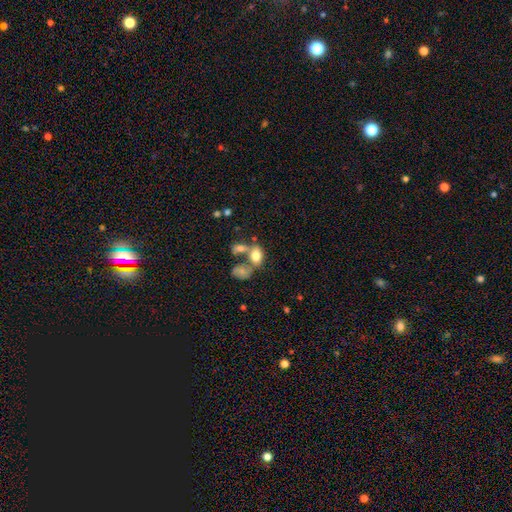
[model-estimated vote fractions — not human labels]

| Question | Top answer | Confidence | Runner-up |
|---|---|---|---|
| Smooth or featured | smooth | 73% | featured or disk (17%) |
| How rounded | in between | 78% | round (20%) |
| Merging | merger | 50% | none (30%) |